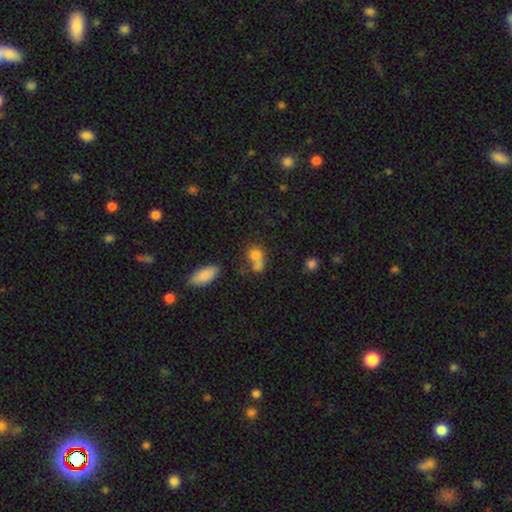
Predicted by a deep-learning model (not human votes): A smooth galaxy with no disk features (71%) that is in between round and cigar-shaped (50%). Merging: merger (51%).